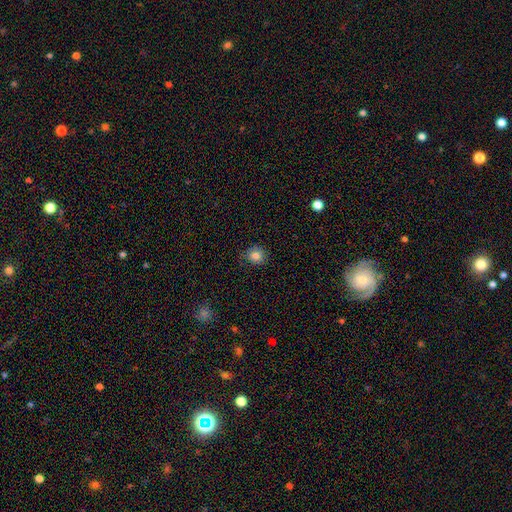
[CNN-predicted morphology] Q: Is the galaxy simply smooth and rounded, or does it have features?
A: smooth — 82%.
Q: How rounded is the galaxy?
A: round — 85%.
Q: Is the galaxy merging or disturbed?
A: none — 83%.